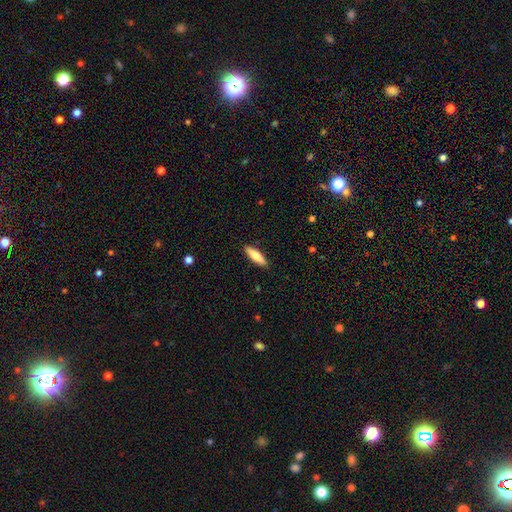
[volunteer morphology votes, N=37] Overall: smooth (76%). How rounded: cigar-shaped (57%; in between 43%). Merging: none (97%).